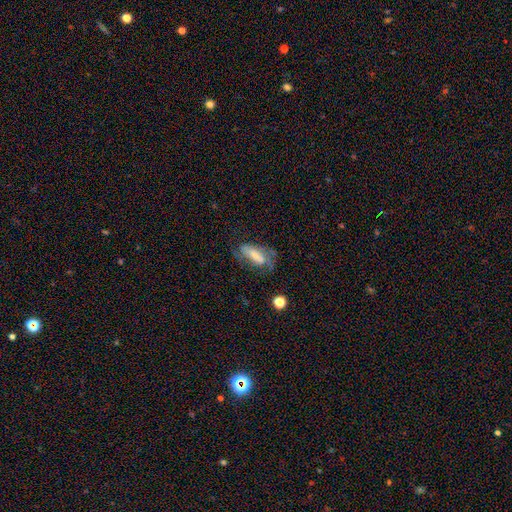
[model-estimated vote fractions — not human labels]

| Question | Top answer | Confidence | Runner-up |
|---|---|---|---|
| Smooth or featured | featured or disk | 53% | smooth (39%) |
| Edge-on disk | no | 87% | yes (13%) |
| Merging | none | 51% | minor disturbance (25%) |